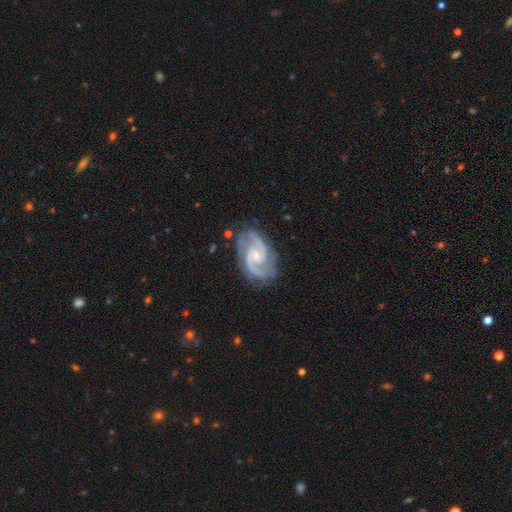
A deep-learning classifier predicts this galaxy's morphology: featured or disk 93%, star or artifact 4%, smooth 3%. Down the decision tree: edge-on disk — no (98%); bar — no (50%); spiral arms — yes (99%); spiral arm count — 2 (90%); spiral winding — medium (62%); bulge size — small (67%); merging — none (77%).